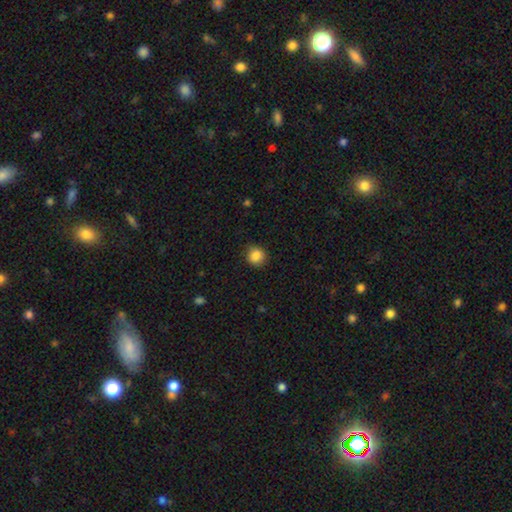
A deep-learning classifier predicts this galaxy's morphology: Q: Smooth or featured?
A: smooth (86%); runner-up: star or artifact (9%)
Q: How rounded?
A: round (87%); runner-up: in between (12%)
Q: Merging?
A: none (82%); runner-up: minor disturbance (14%)